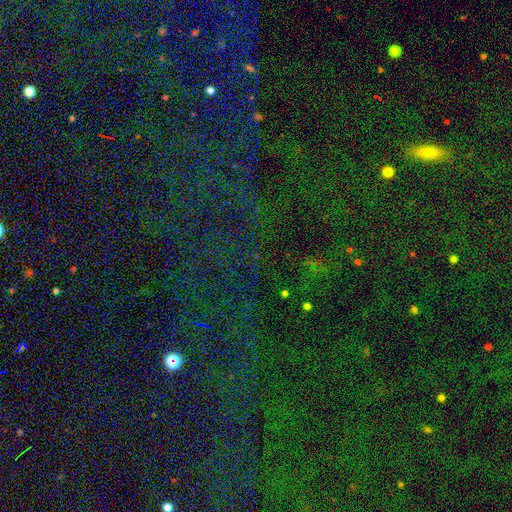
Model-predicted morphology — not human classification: type=star or artifact (79%).